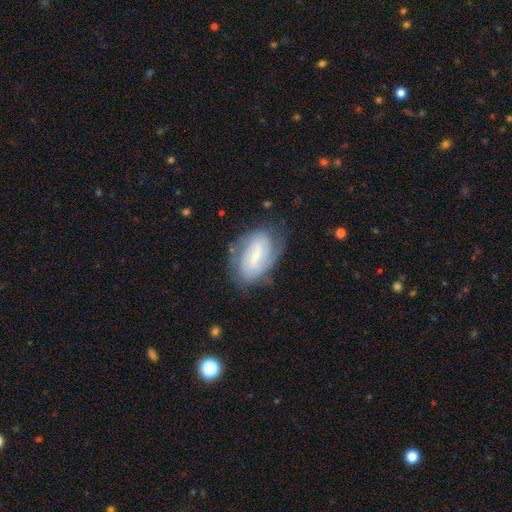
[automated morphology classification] type=featured or disk (72%); edge-on=no (95%); bar=weak (47%); spiral arms=yes (88%); winding=tight (51%); arm count=2 (56%); bulge=small (60%); merging=none (69%).